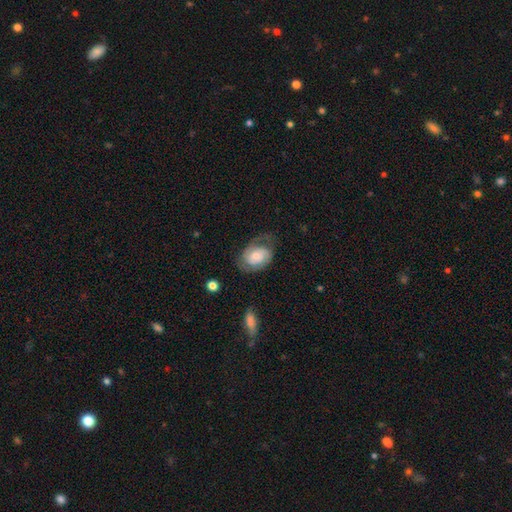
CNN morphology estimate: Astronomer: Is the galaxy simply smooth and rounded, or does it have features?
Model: featured or disk — 66%.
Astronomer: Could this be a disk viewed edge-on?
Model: no — 96%.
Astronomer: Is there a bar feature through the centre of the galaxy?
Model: no — 68%.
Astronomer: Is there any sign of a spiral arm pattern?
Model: yes — 86%.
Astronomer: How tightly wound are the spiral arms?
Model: tight — 45% (runner-up: medium, 38%).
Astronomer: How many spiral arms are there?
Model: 2 — 68%.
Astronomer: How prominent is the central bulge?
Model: moderate — 48% (runner-up: small, 43%).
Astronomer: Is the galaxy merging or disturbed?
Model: none — 57%.